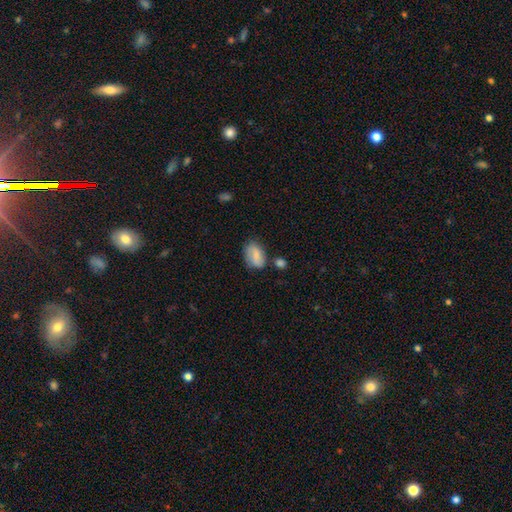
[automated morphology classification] smooth-or-featured: smooth: 72% | featured or disk: 20% | star or artifact: 8%
  how-rounded: in between: 87% | round: 12% | cigar-shaped: 2%
  merging: none: 63% | minor disturbance: 23% | merger: 7% | major disturbance: 6%